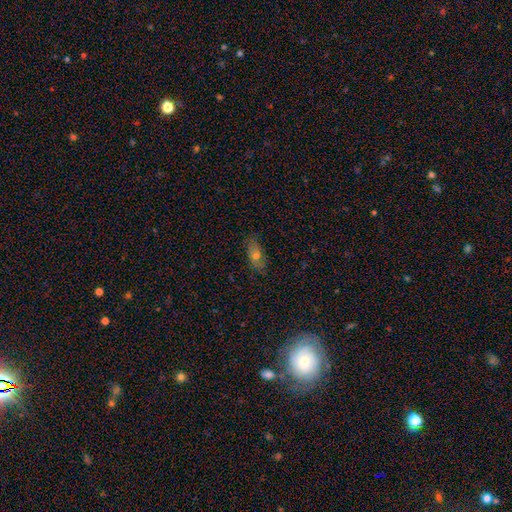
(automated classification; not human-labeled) smooth_or_featured: smooth (p=0.55) [alt: featured or disk p=0.29]
how_rounded: in between (p=0.76) [alt: cigar-shaped p=0.17]
merging: none (p=0.78) [alt: minor disturbance p=0.17]